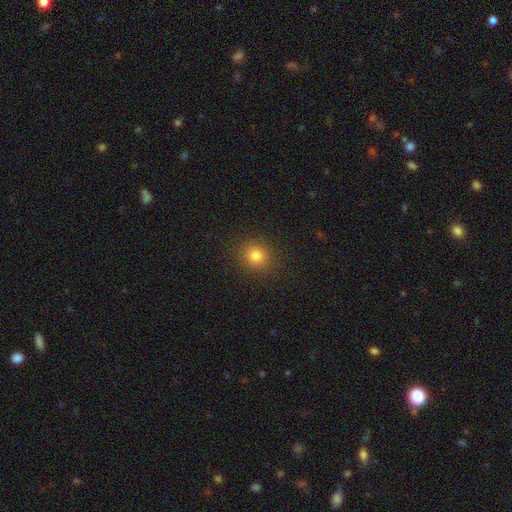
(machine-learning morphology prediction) Overall: smooth (80%). How rounded: round (87%). Merging: none (90%).